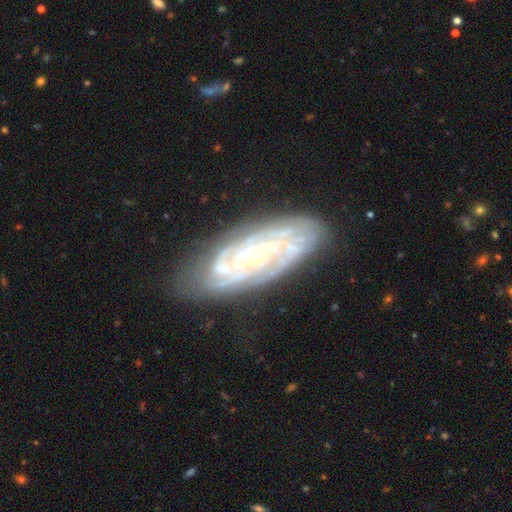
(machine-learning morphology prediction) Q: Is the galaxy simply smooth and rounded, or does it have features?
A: featured or disk — 83%.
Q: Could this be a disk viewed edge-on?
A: no — 90%.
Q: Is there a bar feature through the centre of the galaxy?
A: no — 69%.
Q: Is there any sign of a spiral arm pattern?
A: yes — 92%.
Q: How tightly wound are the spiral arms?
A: tight — 74%.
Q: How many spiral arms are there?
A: can't tell — 41%.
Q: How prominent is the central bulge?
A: small — 76%.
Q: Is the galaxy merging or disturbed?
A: none — 76%.